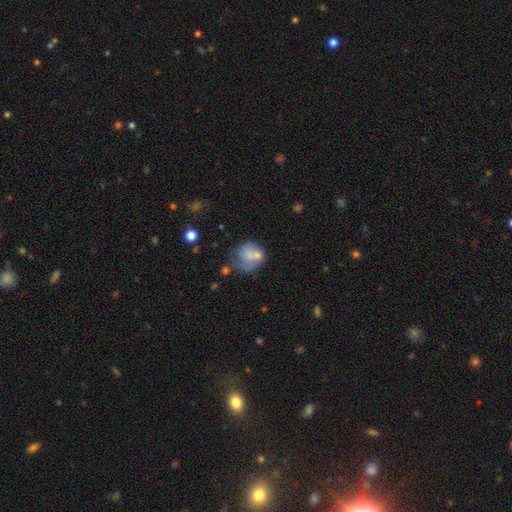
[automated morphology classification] Smooth or featured? smooth (49%)
Merging? none (38%)